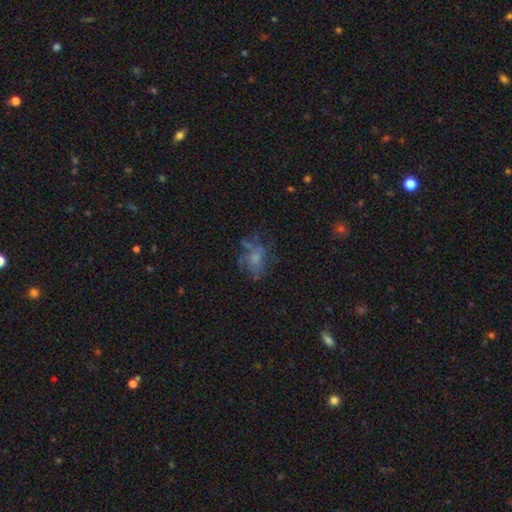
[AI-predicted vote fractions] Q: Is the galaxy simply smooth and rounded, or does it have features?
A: smooth — 42%.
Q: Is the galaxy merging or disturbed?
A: none — 49%.